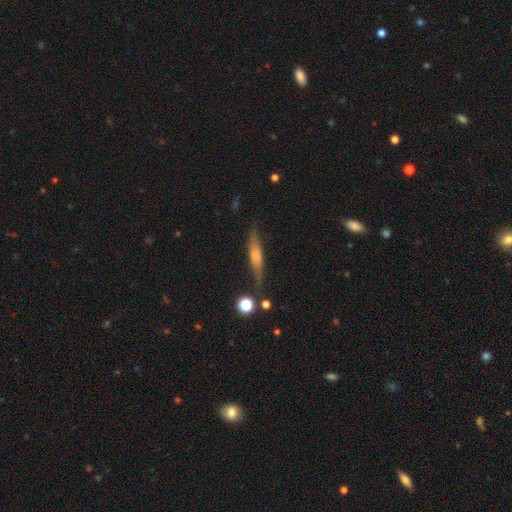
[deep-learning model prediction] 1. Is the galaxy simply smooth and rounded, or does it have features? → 49% smooth, 42% featured or disk, 8% star or artifact.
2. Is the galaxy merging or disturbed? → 76% none, 16% minor disturbance, 4% major disturbance, 3% merger.